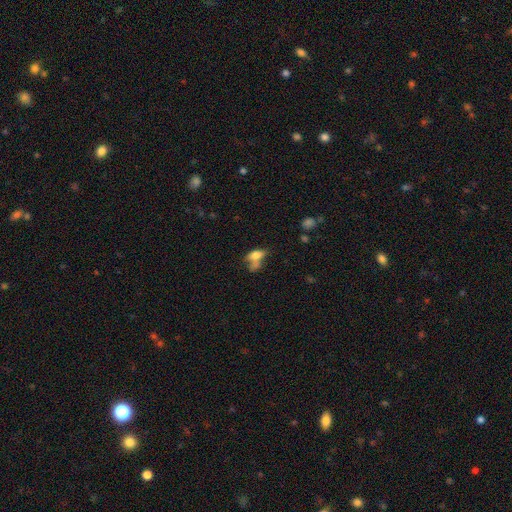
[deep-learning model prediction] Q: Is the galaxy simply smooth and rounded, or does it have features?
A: smooth — 67%.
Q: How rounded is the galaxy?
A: in between — 79%.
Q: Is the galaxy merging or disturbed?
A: merger — 35%.